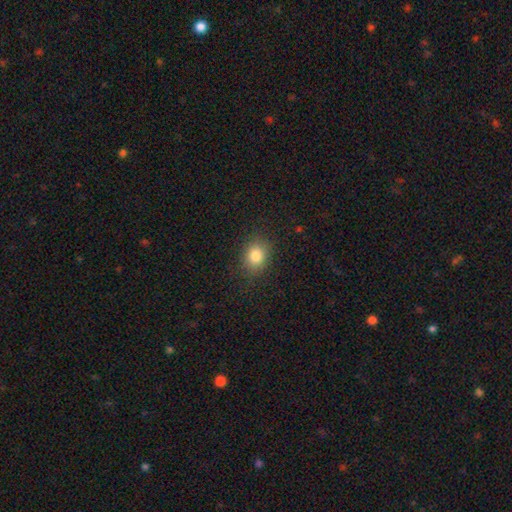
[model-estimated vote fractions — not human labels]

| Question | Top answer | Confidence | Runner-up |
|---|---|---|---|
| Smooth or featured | smooth | 83% | star or artifact (11%) |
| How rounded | in between | 50% | round (49%) |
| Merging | none | 86% | minor disturbance (10%) |